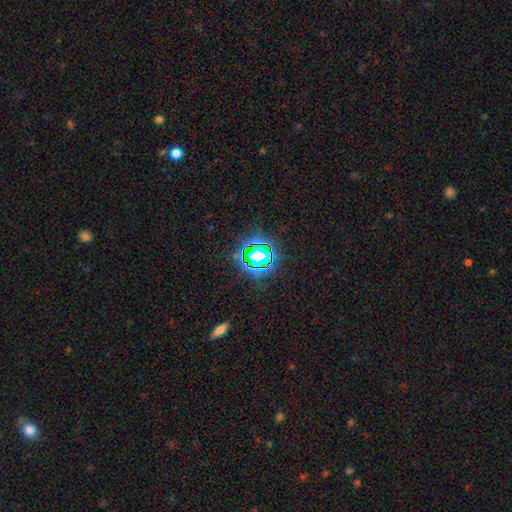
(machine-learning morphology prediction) A star or artifact, not a galaxy (71%).

Vote fractions:
- Smooth or featured? star or artifact: 71% / smooth: 18% / featured or disk: 11%